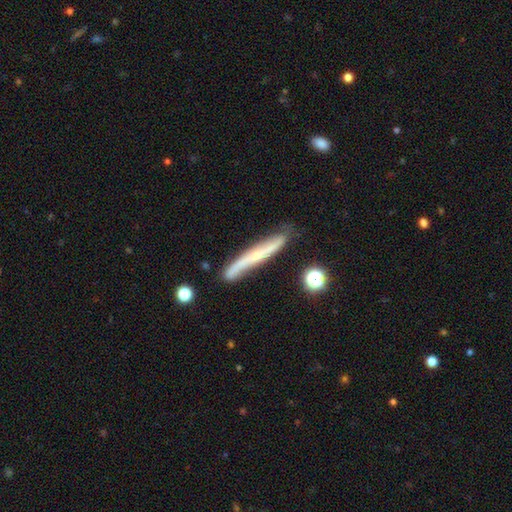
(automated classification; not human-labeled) This appears to be a featured or disk galaxy (67%) viewed edge-on (70%). Merging: none (71%).